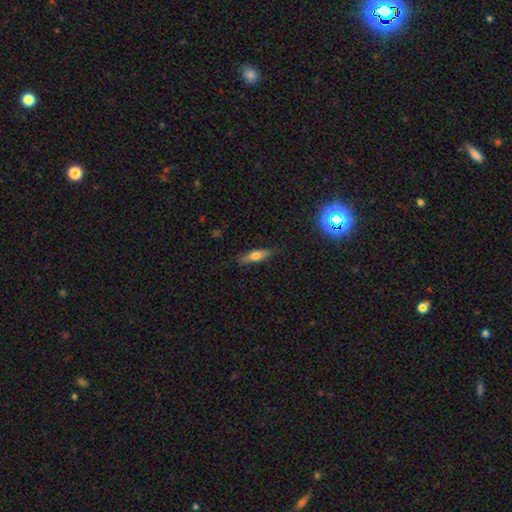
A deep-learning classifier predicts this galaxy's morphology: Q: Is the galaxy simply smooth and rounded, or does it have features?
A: smooth — 57%.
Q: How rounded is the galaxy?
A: cigar-shaped — 63%.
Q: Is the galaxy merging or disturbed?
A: none — 83%.